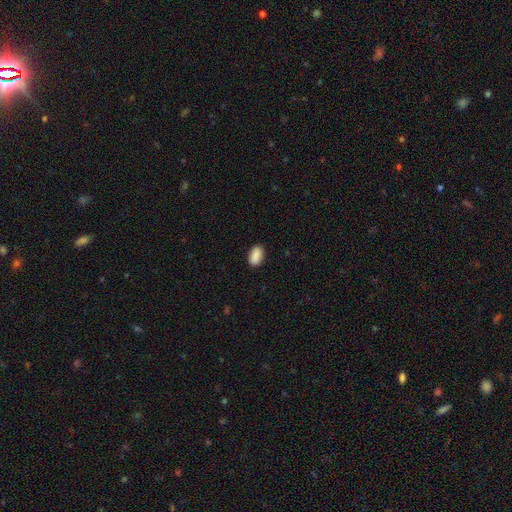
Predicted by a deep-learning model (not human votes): smooth-or-featured: smooth: 90% | star or artifact: 7% | featured or disk: 3%
  how-rounded: in between: 93% | round: 5% | cigar-shaped: 2%
  merging: none: 88% | minor disturbance: 9% | major disturbance: 2% | merger: 1%